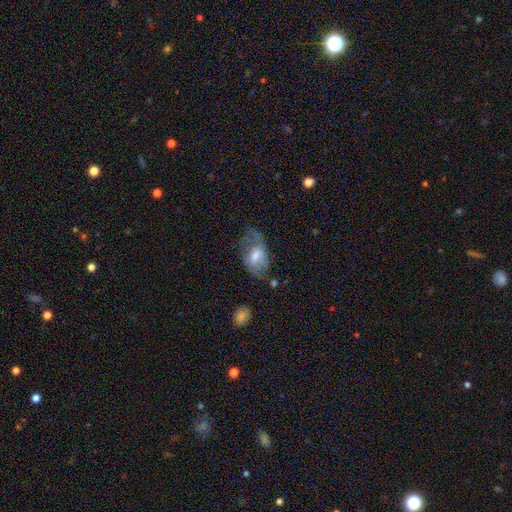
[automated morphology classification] This appears to be a smooth galaxy with no disk features (52%) that is in between round and cigar-shaped (89%). Merging: none (45%).